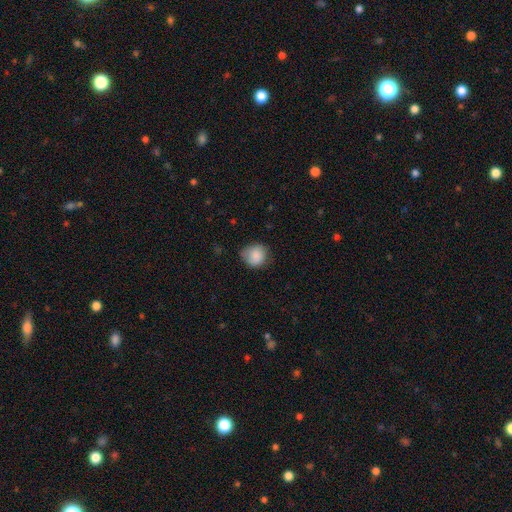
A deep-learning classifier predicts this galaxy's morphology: A smooth galaxy with no disk features (86%) that is round (80%). Merging: none (64%).